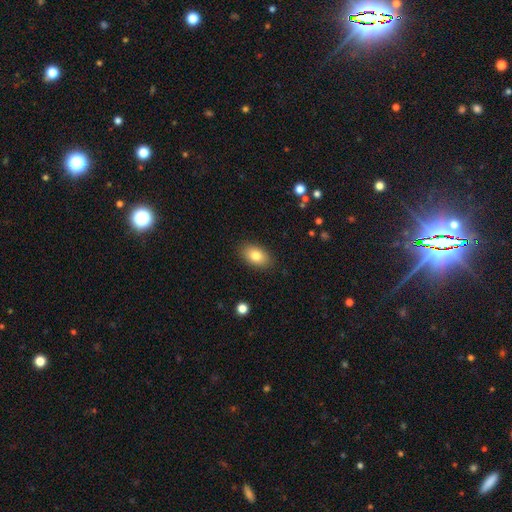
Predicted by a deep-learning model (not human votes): A smooth galaxy with no disk features (81%) that is in between round and cigar-shaped (89%).

Vote fractions:
- Smooth or featured? smooth: 81% / featured or disk: 11% / star or artifact: 8%
- How rounded? in between: 89% / round: 9% / cigar-shaped: 2%
- Merging? none: 88% / minor disturbance: 9% / major disturbance: 2% / merger: 1%